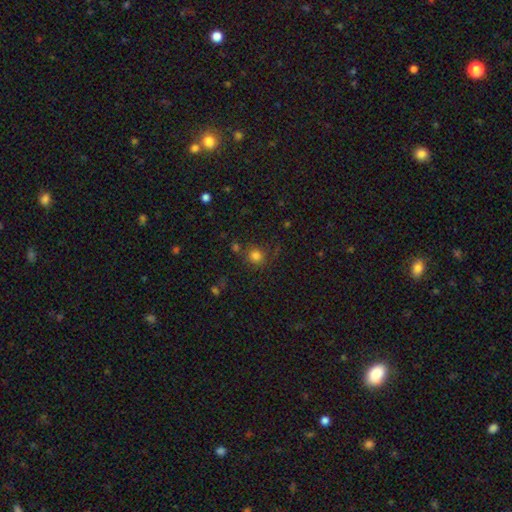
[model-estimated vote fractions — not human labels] Smooth or featured: smooth — 79% (star or artifact — 15%)
How rounded: round — 86% (in between — 13%)
Merging: none — 74% (minor disturbance — 13%)